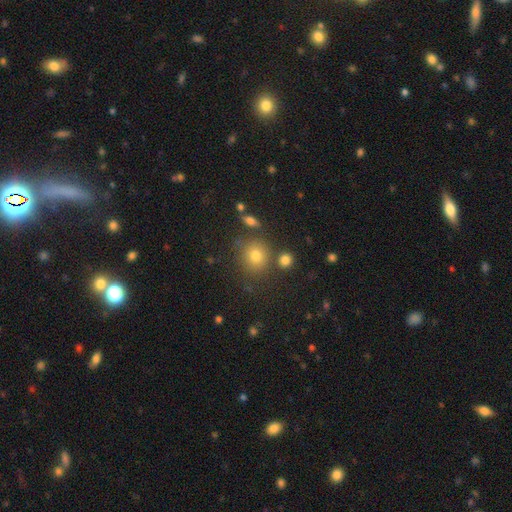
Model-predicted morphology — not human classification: Smooth or featured: smooth — 74% (star or artifact — 16%)
How rounded: round — 86% (in between — 13%)
Merging: none — 77% (minor disturbance — 10%)